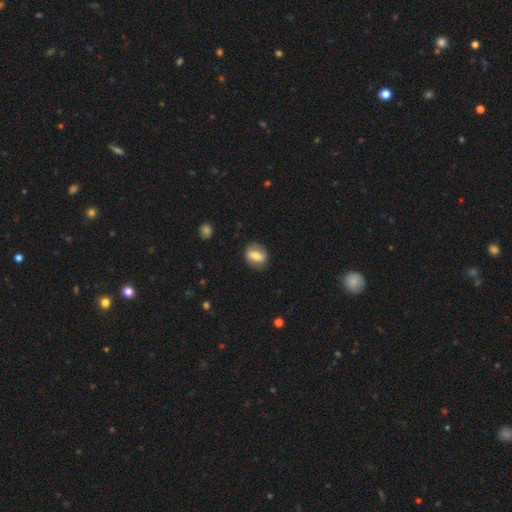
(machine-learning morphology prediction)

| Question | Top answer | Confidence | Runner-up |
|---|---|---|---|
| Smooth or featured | smooth | 58% | featured or disk (35%) |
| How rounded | in between | 57% | round (40%) |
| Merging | none | 83% | minor disturbance (12%) |